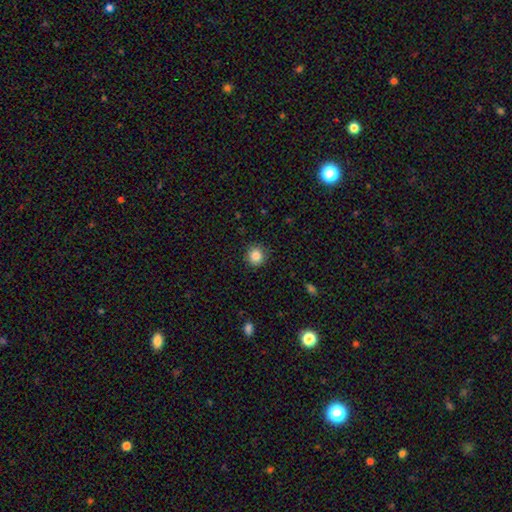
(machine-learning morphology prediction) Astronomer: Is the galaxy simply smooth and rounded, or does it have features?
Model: smooth — 85%.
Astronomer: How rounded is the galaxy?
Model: round — 92%.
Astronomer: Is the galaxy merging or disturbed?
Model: none — 89%.